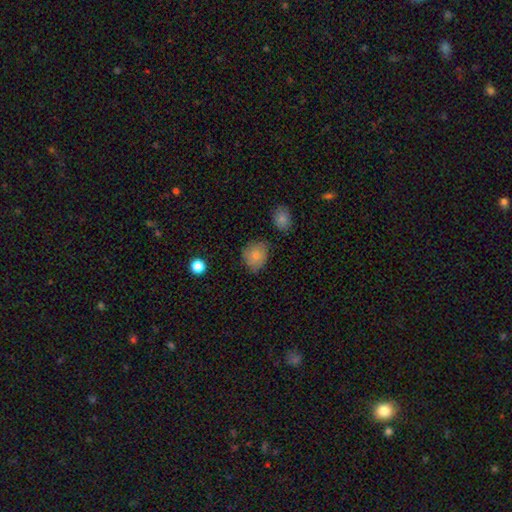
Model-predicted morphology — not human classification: Smooth or featured? Predicted: smooth (p=0.79). How rounded? Predicted: round (p=0.73). Merging? Predicted: none (p=0.71).